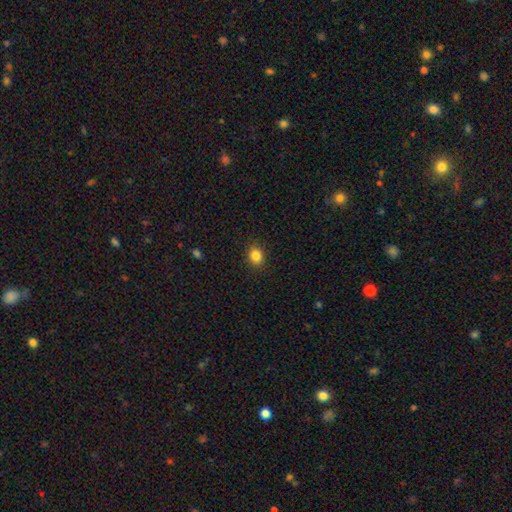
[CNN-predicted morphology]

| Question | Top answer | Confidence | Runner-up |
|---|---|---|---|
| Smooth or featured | smooth | 85% | star or artifact (10%) |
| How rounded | in between | 52% | round (47%) |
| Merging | none | 89% | minor disturbance (7%) |